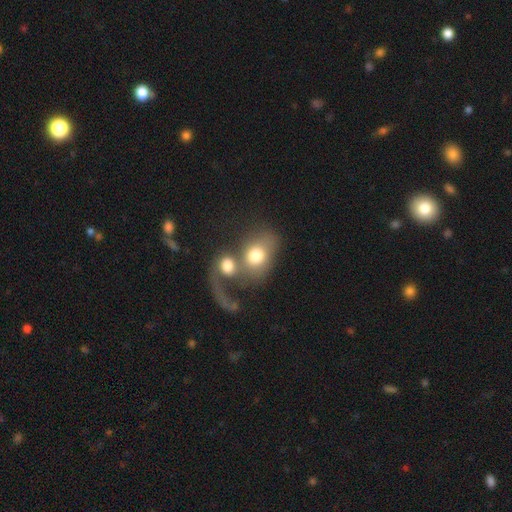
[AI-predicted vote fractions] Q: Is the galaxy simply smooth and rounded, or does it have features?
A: smooth — 62%.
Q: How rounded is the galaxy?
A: in between — 53%.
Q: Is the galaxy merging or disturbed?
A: merger — 65%.